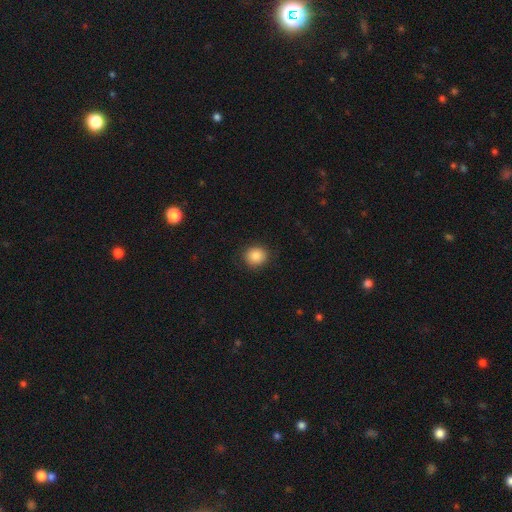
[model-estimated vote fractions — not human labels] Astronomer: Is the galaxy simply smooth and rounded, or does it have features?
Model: smooth — 86%.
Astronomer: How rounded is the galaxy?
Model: round — 84%.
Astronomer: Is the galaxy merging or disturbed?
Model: none — 89%.